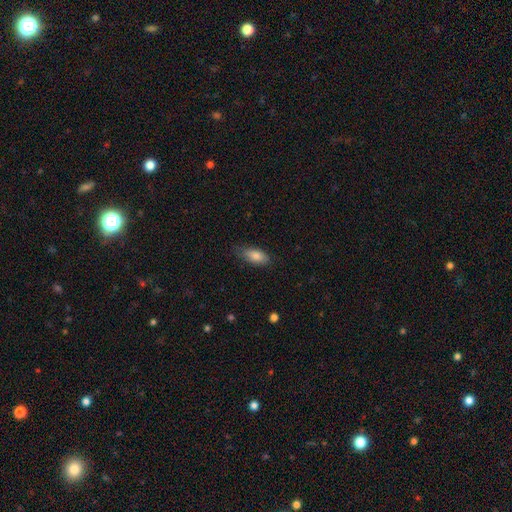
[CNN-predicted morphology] Overall: smooth (84%). How rounded: in between (87%). Merging: none (70%).